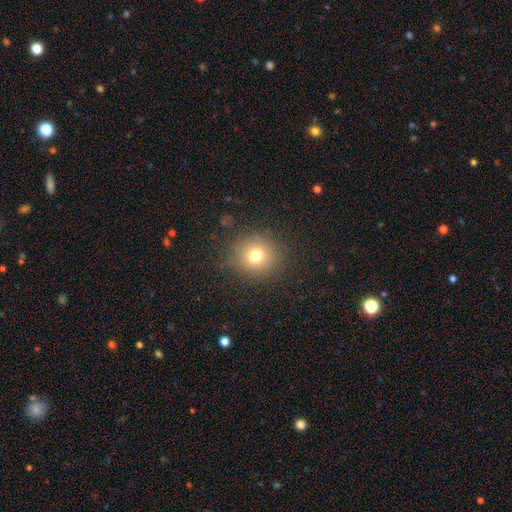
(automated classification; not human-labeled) Morphology: type=smooth (74%); roundness=round (86%); merging=none (85%).